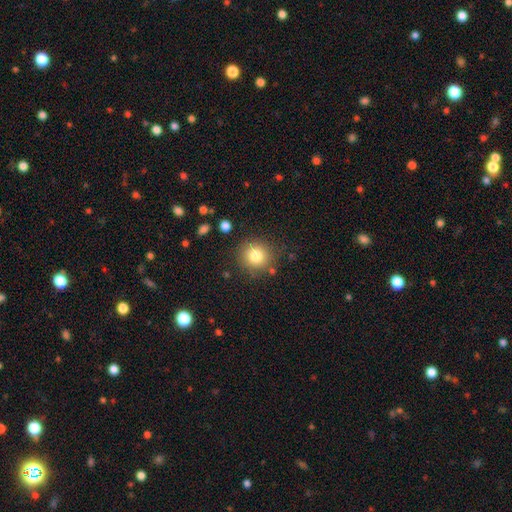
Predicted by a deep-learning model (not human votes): The model was most divided on "smooth or featured": smooth: 81%, star or artifact: 11%, featured or disk: 8%. More confident: how rounded — round (90%); merging — none (84%).